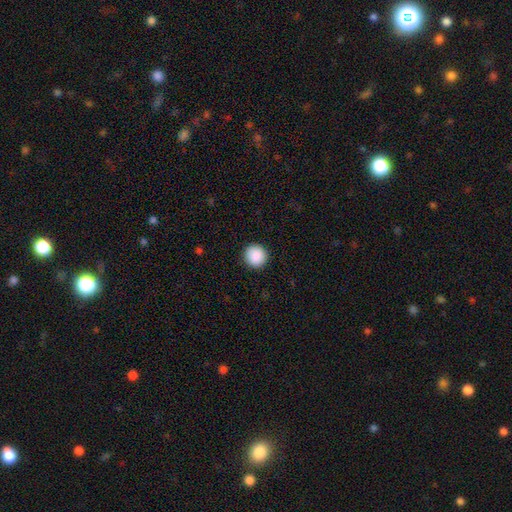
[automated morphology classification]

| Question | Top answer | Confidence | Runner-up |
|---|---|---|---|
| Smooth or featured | smooth | 90% | star or artifact (8%) |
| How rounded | round | 94% | in between (5%) |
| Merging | none | 92% | minor disturbance (5%) |